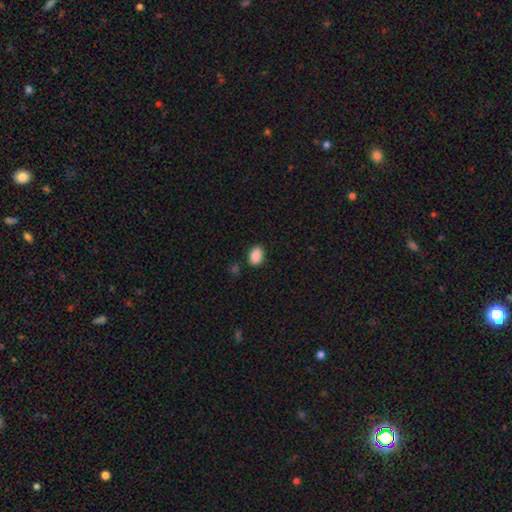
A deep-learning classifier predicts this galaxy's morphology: Smooth or featured? smooth (89%)
How rounded? in between (79%)
Merging? none (85%)